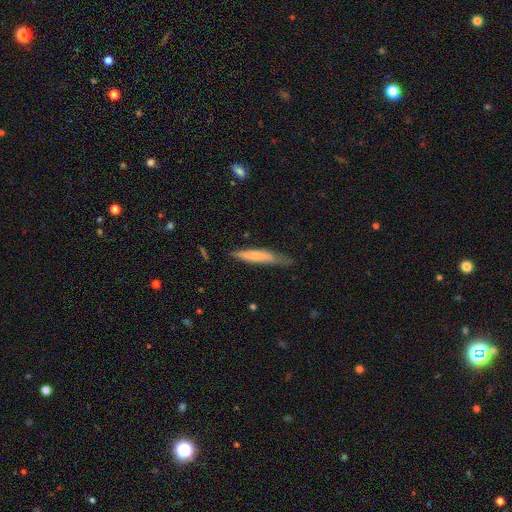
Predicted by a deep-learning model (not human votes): smooth 66%, featured or disk 29%, star or artifact 6%. Down the decision tree: how rounded — cigar-shaped (90%); merging — none (63%).